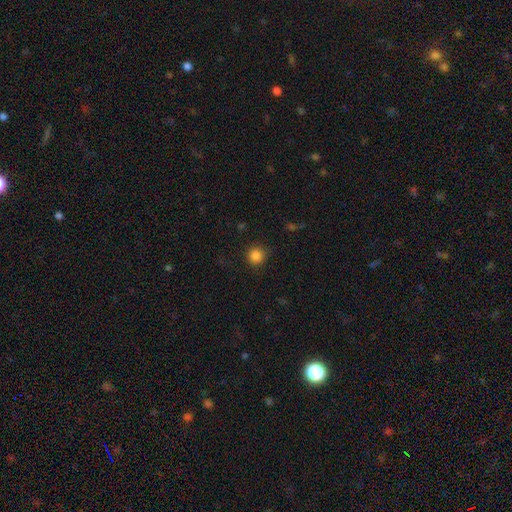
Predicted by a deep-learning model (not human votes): Smooth or featured? Predicted: smooth (p=0.85). How rounded? Predicted: round (p=0.92). Merging? Predicted: none (p=0.86).